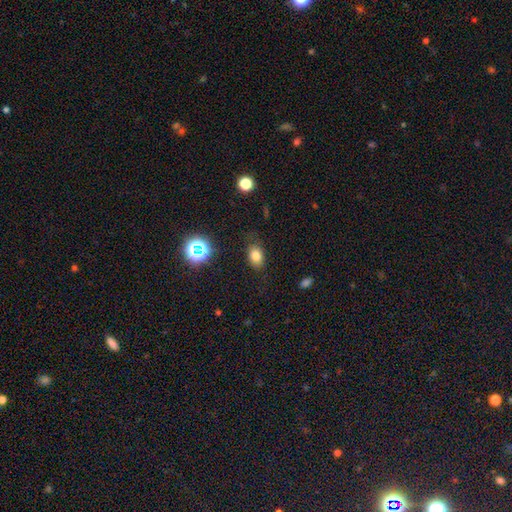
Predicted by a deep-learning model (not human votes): Smooth or featured? smooth (77%)
How rounded? in between (79%)
Merging? none (79%)